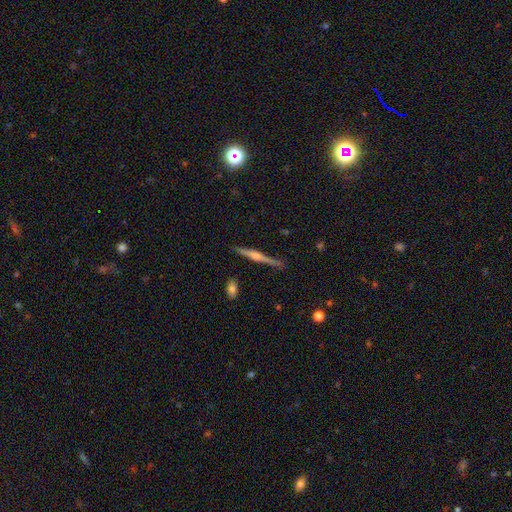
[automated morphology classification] This is likely a featured or disk galaxy (77%). It is clearly viewed edge-on (98%). Edge-on bulge: likely rounded (75%). Merging: clearly none (88%).